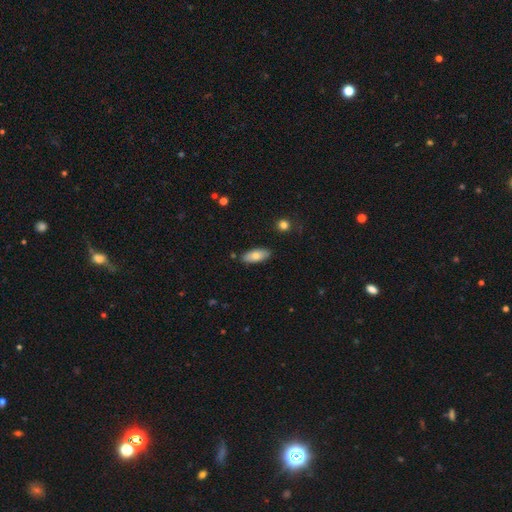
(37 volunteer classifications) Smooth or featured: smooth — 73% (featured or disk — 27%)
How rounded: in between — 93% (round — 4%)
Merging: none — 84% (minor disturbance — 14%)